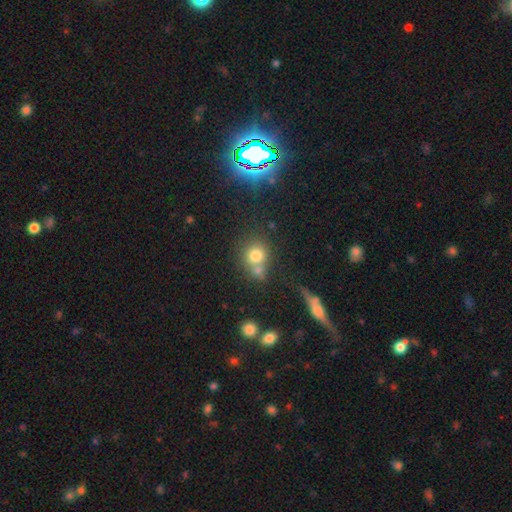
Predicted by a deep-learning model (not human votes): smooth_or_featured: smooth (p=0.76) [alt: star or artifact p=0.13]
how_rounded: round (p=0.83) [alt: in between p=0.16]
merging: none (p=0.47) [alt: merger p=0.37]